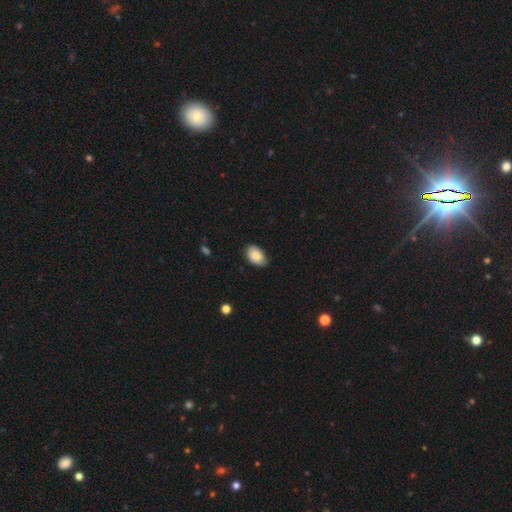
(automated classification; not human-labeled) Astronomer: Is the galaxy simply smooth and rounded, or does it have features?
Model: smooth — 86%.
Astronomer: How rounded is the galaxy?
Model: in between — 90%.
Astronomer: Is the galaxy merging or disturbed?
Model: none — 82%.